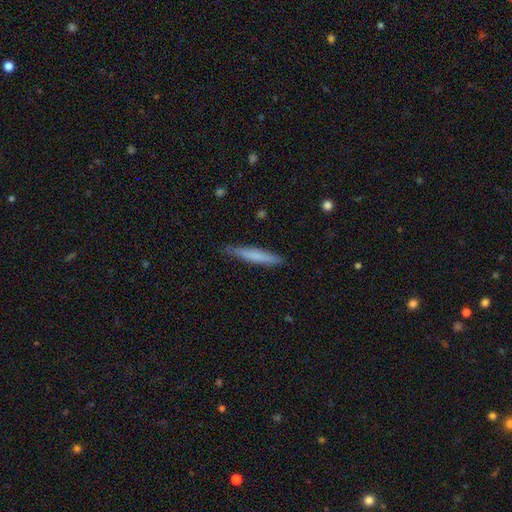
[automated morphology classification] This appears to be a smooth galaxy with no disk features (70%) that is cigar-shaped (94%). Merging: none (85%).